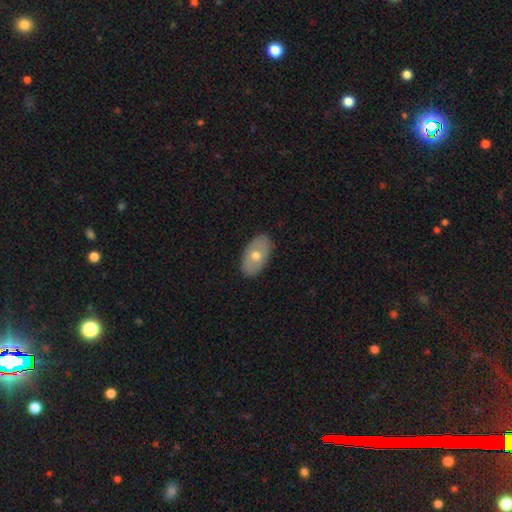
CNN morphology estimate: A smooth galaxy with no disk features (60%) that is in between round and cigar-shaped (92%). Merging: none (88%).